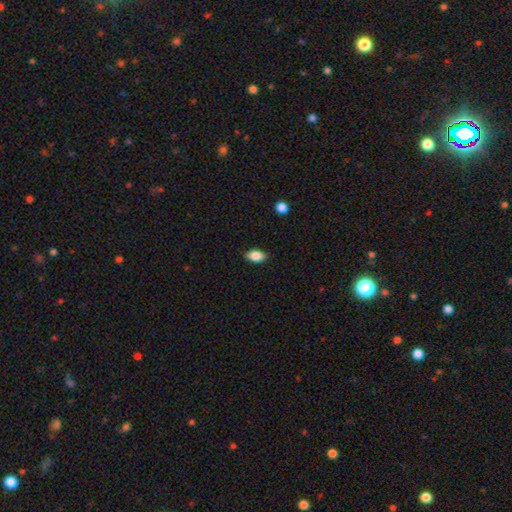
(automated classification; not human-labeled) Smooth or featured? Predicted: smooth (p=0.86). How rounded? Predicted: in between (p=0.90). Merging? Predicted: none (p=0.86).